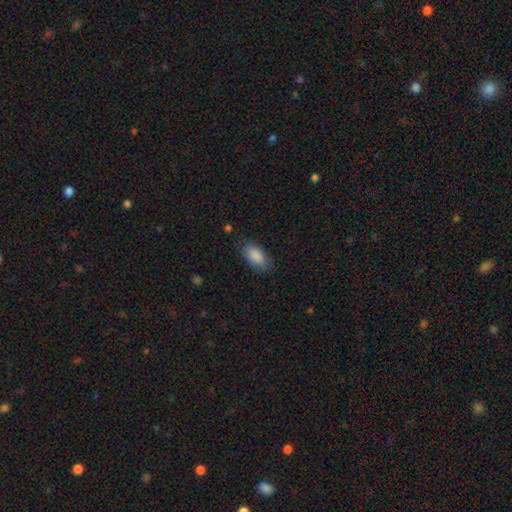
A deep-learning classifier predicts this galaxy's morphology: This appears to be a smooth galaxy with no disk features (88%) that is in between round and cigar-shaped (91%). Merging: none (80%).